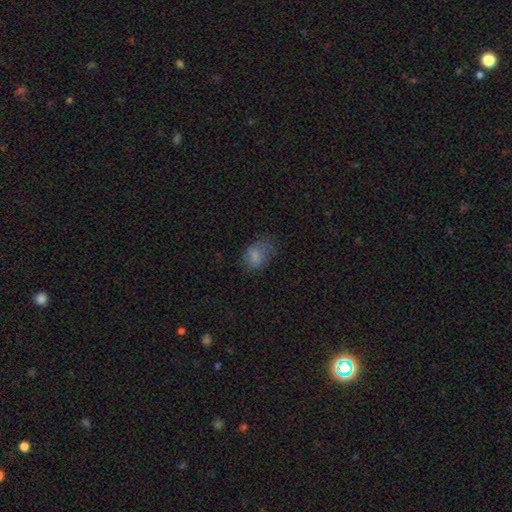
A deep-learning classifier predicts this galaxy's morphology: Overall: smooth (74%). How rounded: in between (72%). Merging: none (44%; minor disturbance 31%).